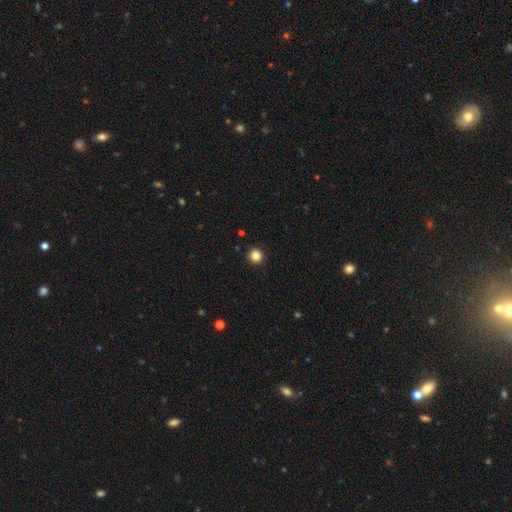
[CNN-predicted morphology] Q: Smooth or featured?
A: smooth (84%); runner-up: star or artifact (12%)
Q: How rounded?
A: round (95%); runner-up: in between (4%)
Q: Merging?
A: none (93%); runner-up: minor disturbance (4%)